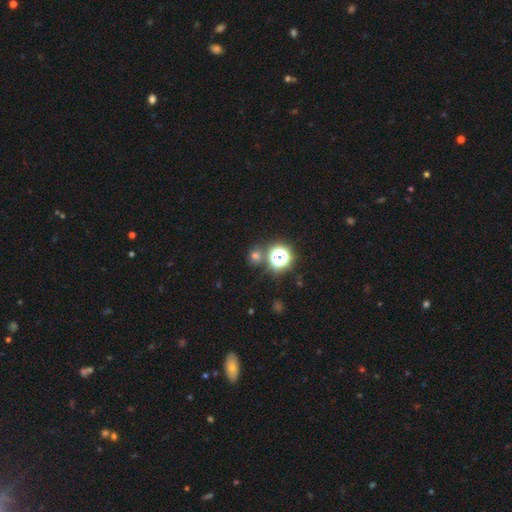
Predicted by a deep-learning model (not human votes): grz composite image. It shows a smooth galaxy with no disk features (63%) that is round (85%). Merging: none (78%).